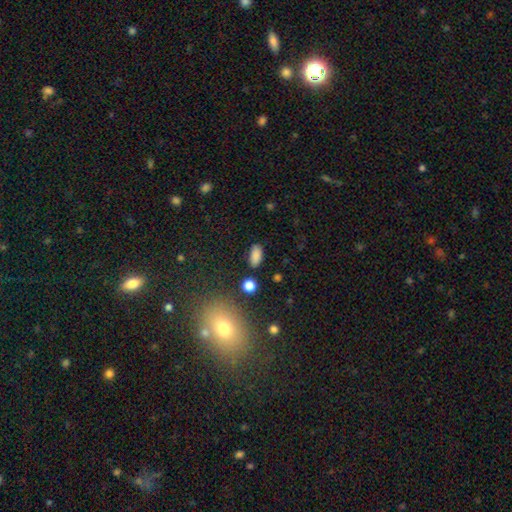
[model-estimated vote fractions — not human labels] smooth_or_featured: smooth (p=0.85) [alt: star or artifact p=0.10]
how_rounded: in between (p=0.90) [alt: cigar-shaped p=0.06]
merging: none (p=0.83) [alt: minor disturbance p=0.11]